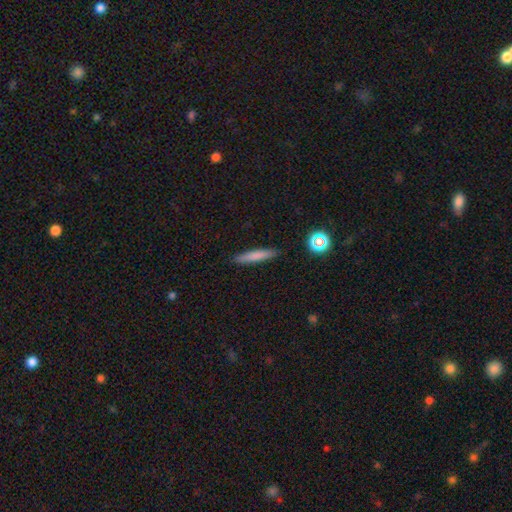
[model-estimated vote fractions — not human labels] Smooth or featured? Predicted: smooth (p=0.76). How rounded? Predicted: cigar-shaped (p=0.91). Merging? Predicted: none (p=0.89).